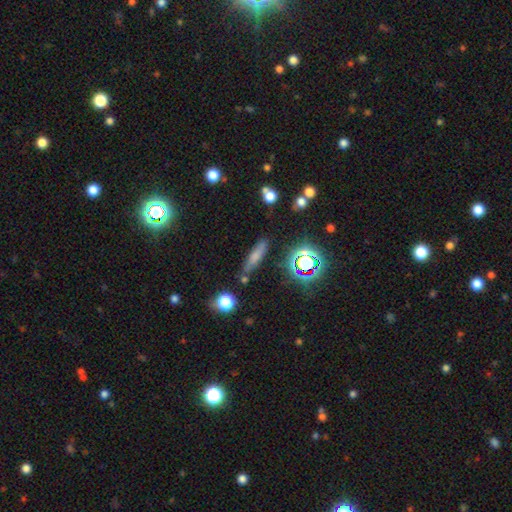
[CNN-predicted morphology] smooth 62%, featured or disk 21%, star or artifact 17%. Down the decision tree: how rounded — cigar-shaped (73%); merging — none (74%).